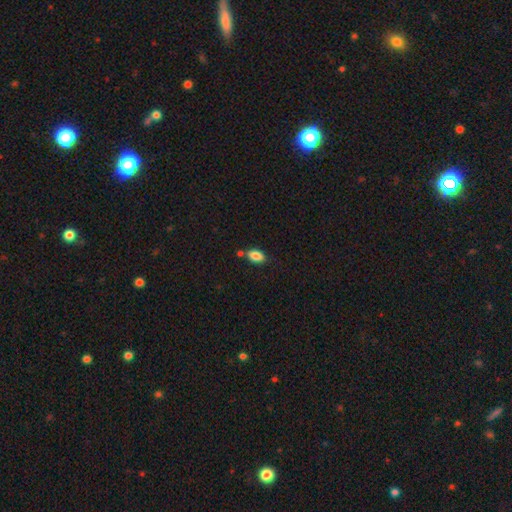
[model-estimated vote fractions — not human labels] smooth_or_featured: smooth (p=0.85) [alt: star or artifact p=0.08]
how_rounded: in between (p=0.90) [alt: round p=0.06]
merging: none (p=0.69) [alt: minor disturbance p=0.15]